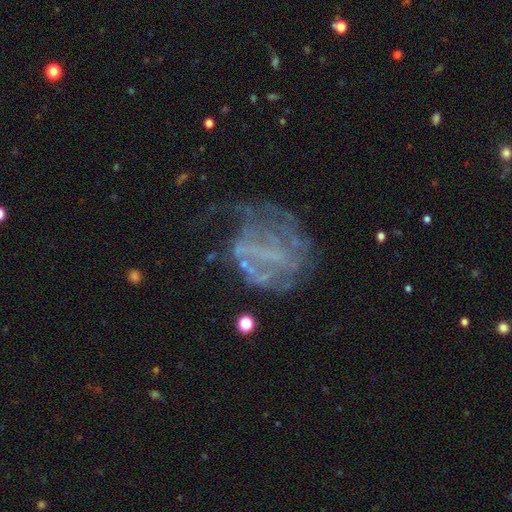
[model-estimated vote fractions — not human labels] Smooth or featured: featured or disk — 69% (smooth — 17%)
Edge-on disk: no — 97% (yes — 3%)
Bar: no — 53% (weak — 29%)
Spiral arms: no — 56% (yes — 44%)
Bulge size: none — 74% (small — 16%)
Merging: major disturbance — 42% (none — 36%)